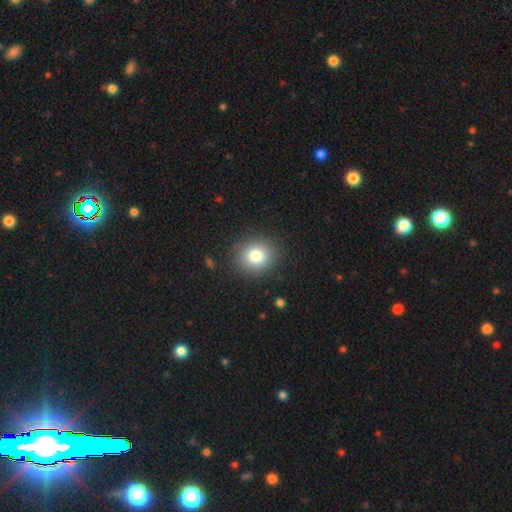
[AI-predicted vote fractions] Q: Smooth or featured?
A: smooth (80%); runner-up: star or artifact (11%)
Q: How rounded?
A: round (84%); runner-up: in between (15%)
Q: Merging?
A: none (88%); runner-up: minor disturbance (8%)